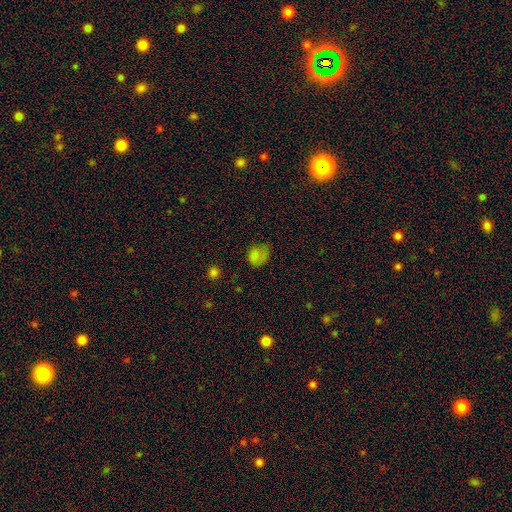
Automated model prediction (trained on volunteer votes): The model was most divided on "how rounded": round: 50%, in between: 49%, cigar-shaped: 1%. Remaining: smooth or featured — smooth (73%); merging — none (48%).